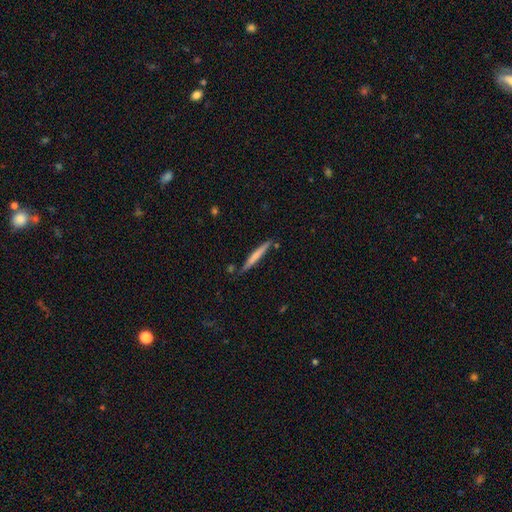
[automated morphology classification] type=smooth (60%); roundness=cigar-shaped (96%); merging=none (81%).